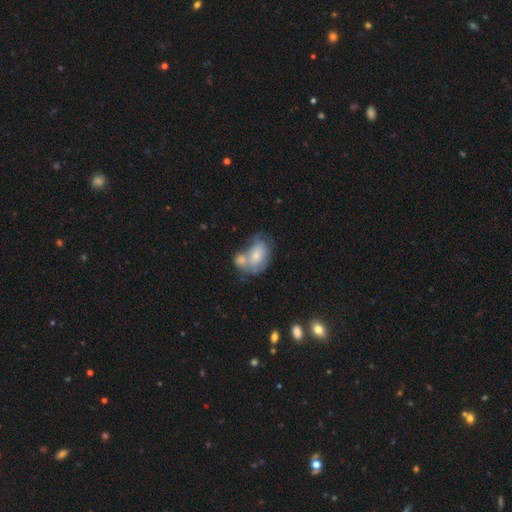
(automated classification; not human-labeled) smooth-or-featured: smooth: 63% | featured or disk: 31% | star or artifact: 7%
  how-rounded: in between: 82% | round: 16% | cigar-shaped: 2%
  merging: merger: 56% | none: 19% | minor disturbance: 14% | major disturbance: 10%